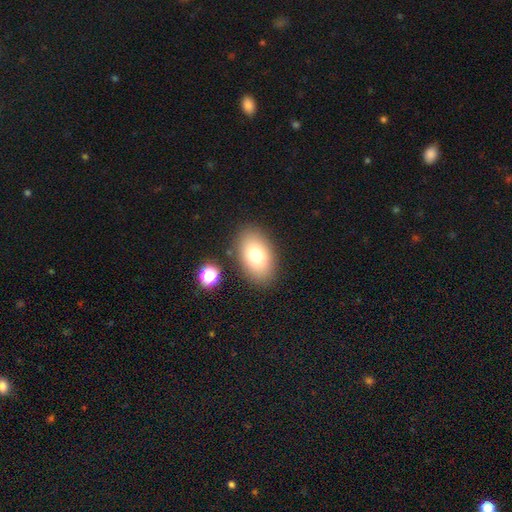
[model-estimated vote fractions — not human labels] Smooth or featured? smooth (77%)
How rounded? in between (90%)
Merging? none (85%)